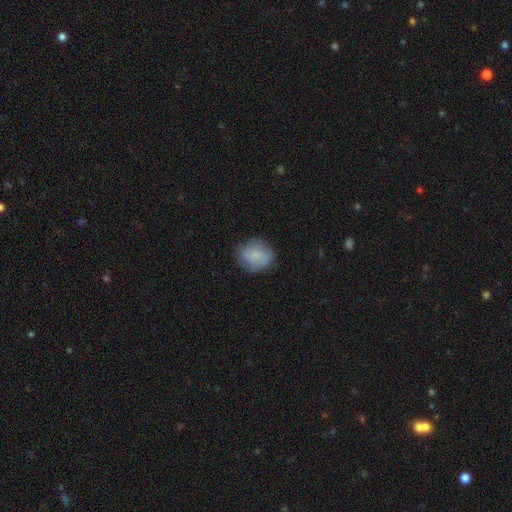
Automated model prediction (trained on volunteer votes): A smooth galaxy with no disk features (68%) that is round (76%). Merging: none (76%).